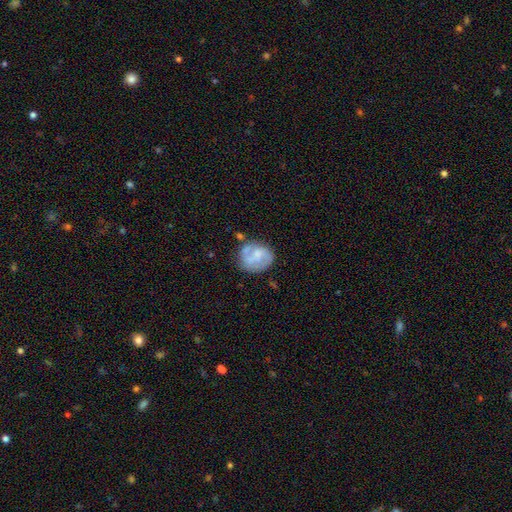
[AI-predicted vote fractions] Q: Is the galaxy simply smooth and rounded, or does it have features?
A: featured or disk — 58%.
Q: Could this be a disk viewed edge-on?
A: no — 98%.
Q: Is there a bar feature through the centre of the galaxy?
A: no — 57%.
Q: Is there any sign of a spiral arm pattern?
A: yes — 71%.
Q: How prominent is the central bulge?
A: moderate — 33%, tied with small.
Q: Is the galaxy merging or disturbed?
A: none — 56%.